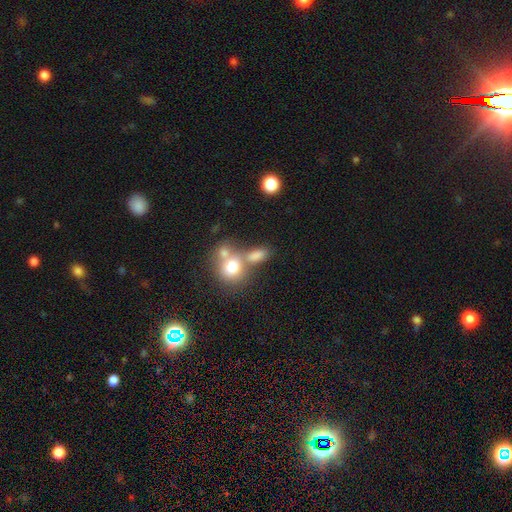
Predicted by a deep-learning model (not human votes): Q: Smooth or featured?
A: smooth (78%); runner-up: star or artifact (11%)
Q: How rounded?
A: in between (68%); runner-up: round (28%)
Q: Merging?
A: none (42%); runner-up: merger (40%)